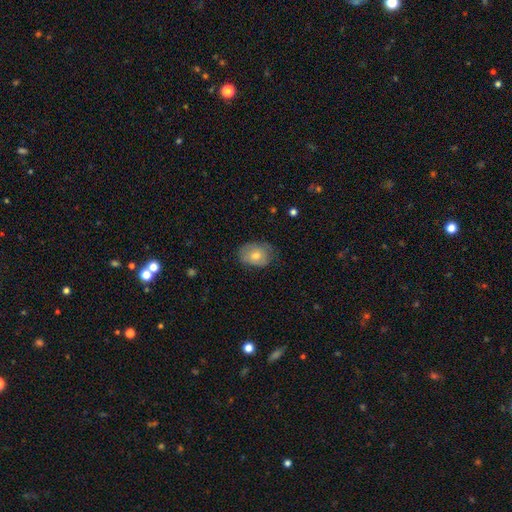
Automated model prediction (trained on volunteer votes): Smooth or featured: smooth — 65% (featured or disk — 26%)
How rounded: in between — 67% (round — 32%)
Merging: none — 68% (minor disturbance — 25%)